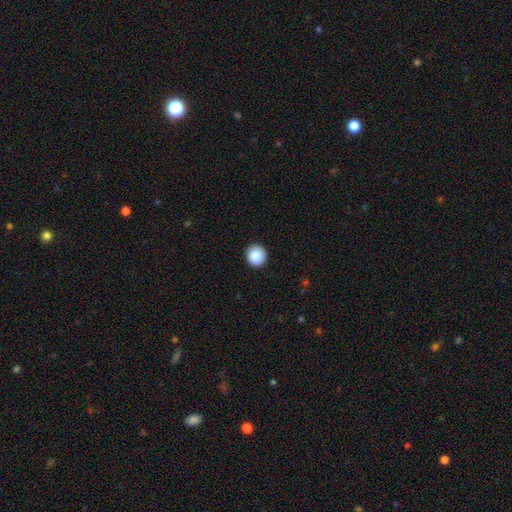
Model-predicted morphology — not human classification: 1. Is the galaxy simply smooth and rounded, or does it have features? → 88% smooth, 8% star or artifact, 4% featured or disk.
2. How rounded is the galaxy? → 89% round, 10% in between, 1% cigar-shaped.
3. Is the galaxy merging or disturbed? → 92% none, 6% minor disturbance, 2% major disturbance, 1% merger.